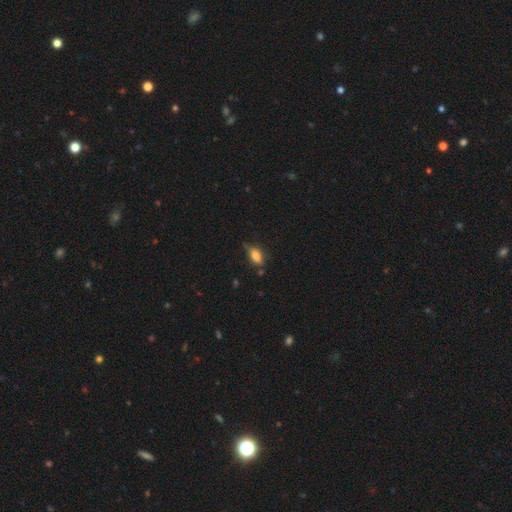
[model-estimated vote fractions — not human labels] This is likely a smooth galaxy (70%). How rounded: clearly in between (81%). Merging: possibly none (59%).